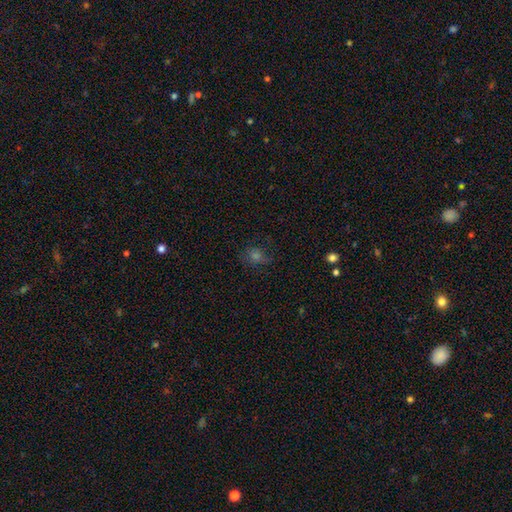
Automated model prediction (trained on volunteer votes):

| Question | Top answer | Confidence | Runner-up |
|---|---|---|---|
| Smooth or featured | smooth | 48% | star or artifact (31%) |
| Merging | none | 70% | minor disturbance (18%) |